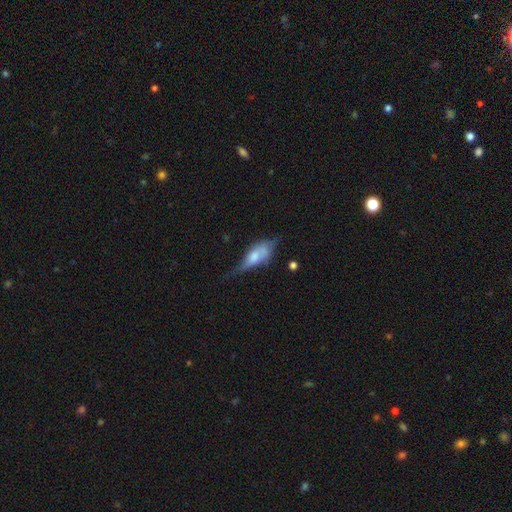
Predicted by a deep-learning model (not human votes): This appears to be a smooth galaxy with no disk features (57%) that is in between round and cigar-shaped (72%). Merging: minor disturbance (35%).